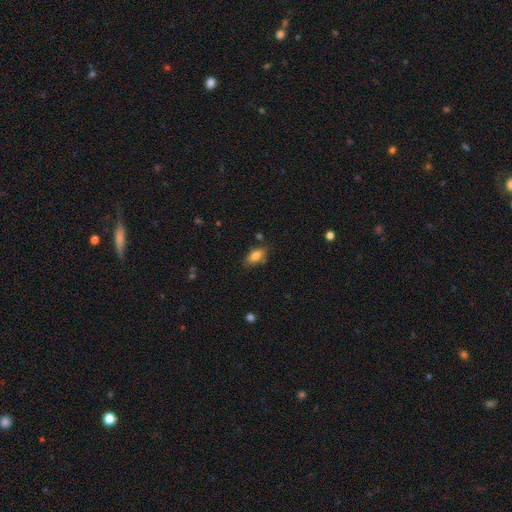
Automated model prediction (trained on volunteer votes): Q: Smooth or featured?
A: smooth (81%); runner-up: featured or disk (11%)
Q: How rounded?
A: in between (88%); runner-up: cigar-shaped (8%)
Q: Merging?
A: none (77%); runner-up: minor disturbance (15%)